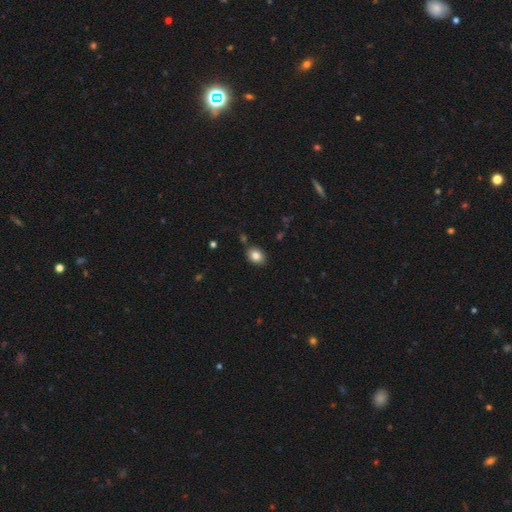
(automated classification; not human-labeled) Smooth or featured: smooth — 83% (star or artifact — 9%)
How rounded: in between — 67% (round — 32%)
Merging: none — 84% (minor disturbance — 10%)